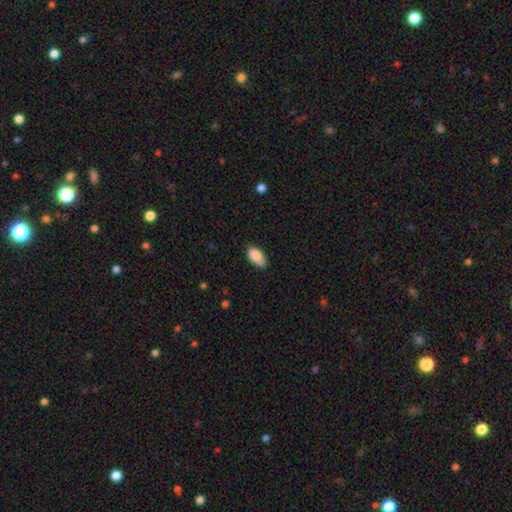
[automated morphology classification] This appears to be a smooth galaxy with no disk features (88%) that is in between round and cigar-shaped (93%). Merging: none (76%).